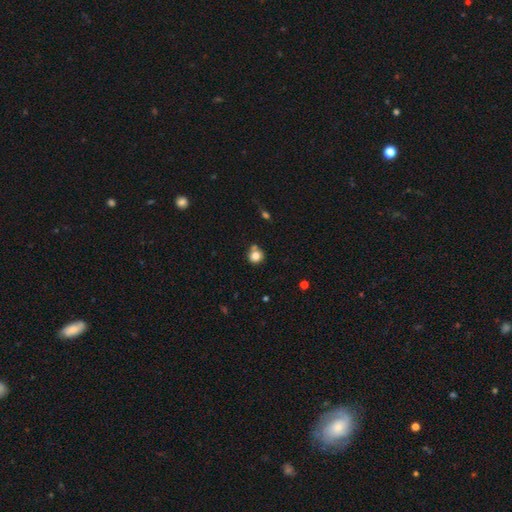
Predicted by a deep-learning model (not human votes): Q: Smooth or featured?
A: smooth (80%); runner-up: star or artifact (11%)
Q: How rounded?
A: round (89%); runner-up: in between (10%)
Q: Merging?
A: none (67%); runner-up: merger (16%)